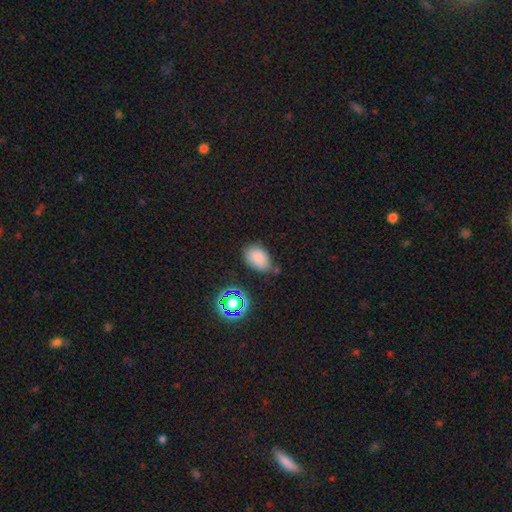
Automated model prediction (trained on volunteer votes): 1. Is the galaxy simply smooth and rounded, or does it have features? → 80% smooth, 14% star or artifact, 6% featured or disk.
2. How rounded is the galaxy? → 85% in between, 14% round, 1% cigar-shaped.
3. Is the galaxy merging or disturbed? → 68% none, 21% minor disturbance, 6% merger, 5% major disturbance.